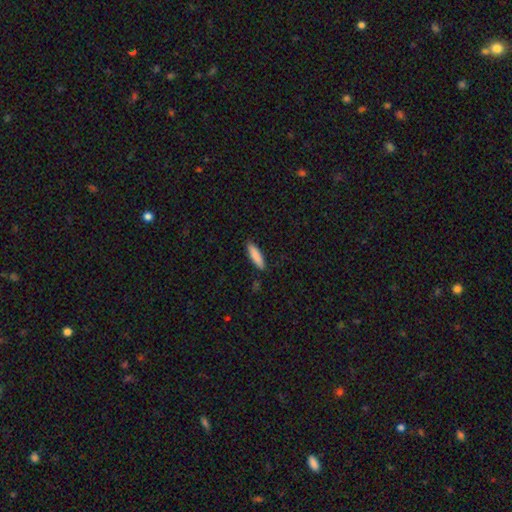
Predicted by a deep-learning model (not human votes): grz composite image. It shows a smooth galaxy with no disk features (87%) that is cigar-shaped (67%). Merging: none (88%).